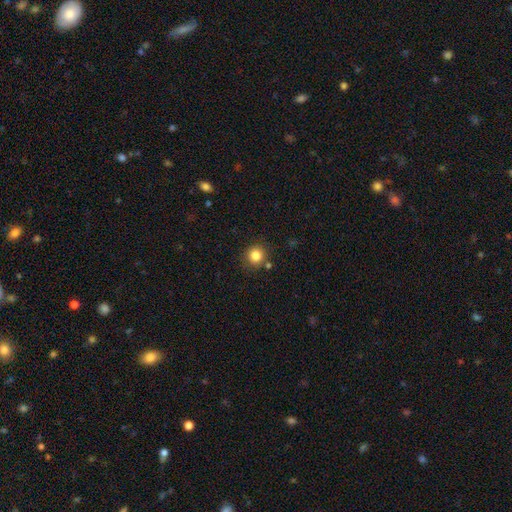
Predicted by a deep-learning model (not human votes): Q: Smooth or featured?
A: smooth (83%); runner-up: star or artifact (11%)
Q: How rounded?
A: round (91%); runner-up: in between (8%)
Q: Merging?
A: none (84%); runner-up: minor disturbance (8%)